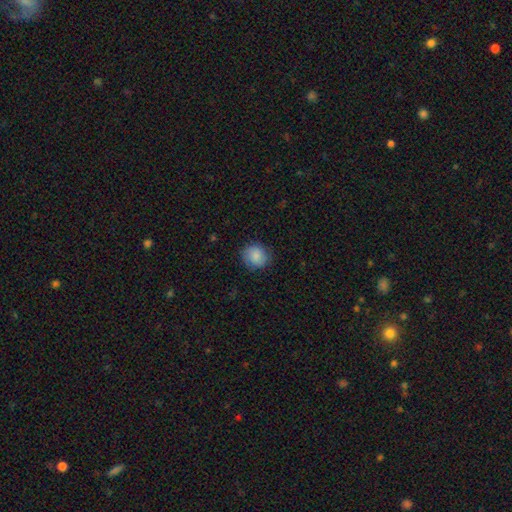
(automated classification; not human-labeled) Morphology: type=smooth (86%); roundness=round (86%); merging=none (82%).